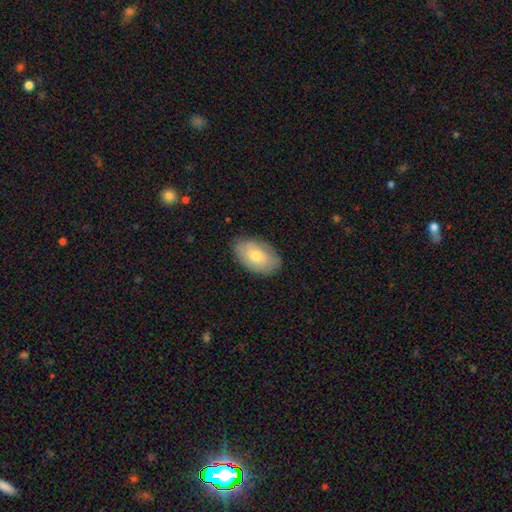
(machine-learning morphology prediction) Smooth or featured: smooth — 62% (featured or disk — 31%)
How rounded: in between — 92% (round — 7%)
Merging: none — 81% (minor disturbance — 15%)